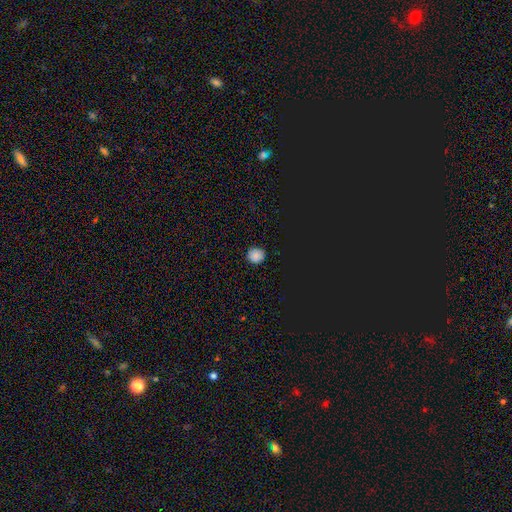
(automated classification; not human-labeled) Morphology: type=smooth (77%); roundness=round (91%); merging=none (88%).